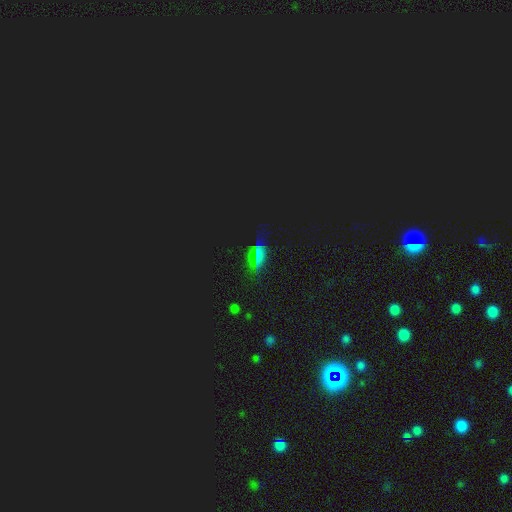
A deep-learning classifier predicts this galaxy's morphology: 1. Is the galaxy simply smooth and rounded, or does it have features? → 61% star or artifact, 29% smooth, 10% featured or disk.